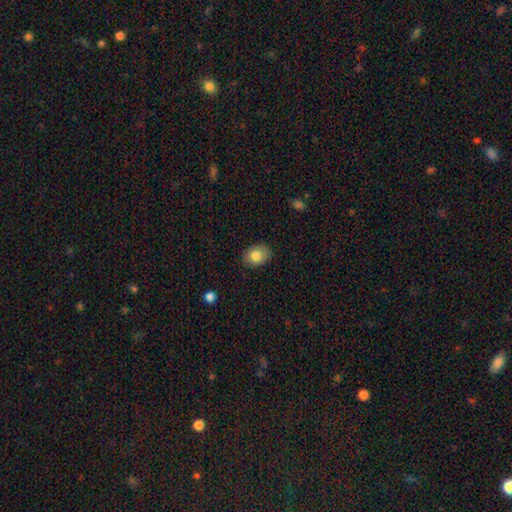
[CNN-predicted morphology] A smooth galaxy with no disk features (82%) that is in between round and cigar-shaped (69%).

Vote fractions:
- Smooth or featured? smooth: 82% / featured or disk: 10% / star or artifact: 8%
- How rounded? in between: 69% / round: 30% / cigar-shaped: 1%
- Merging? none: 83% / minor disturbance: 13% / major disturbance: 3% / merger: 1%